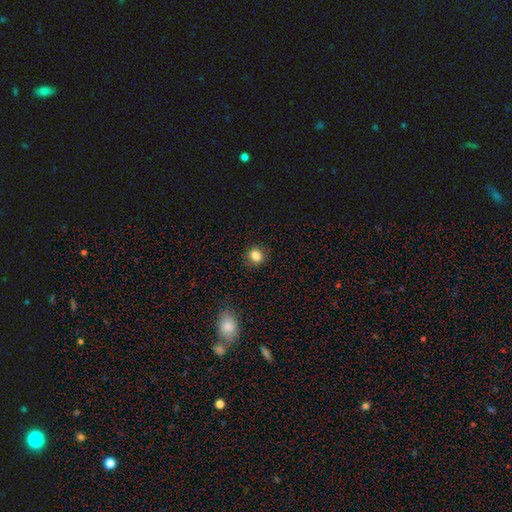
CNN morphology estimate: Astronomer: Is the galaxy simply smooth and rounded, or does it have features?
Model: smooth — 84%.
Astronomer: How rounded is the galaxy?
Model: round — 81%.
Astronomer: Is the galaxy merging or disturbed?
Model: none — 89%.